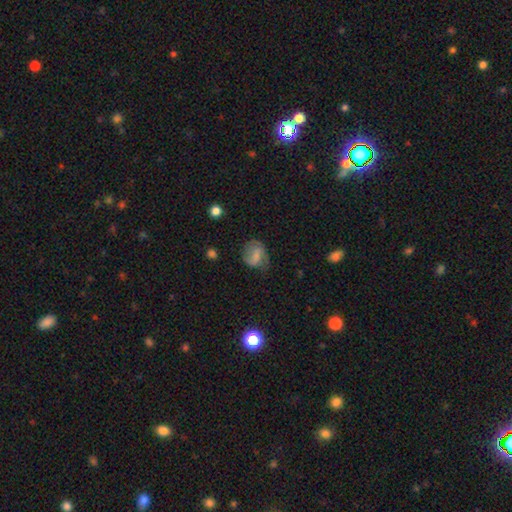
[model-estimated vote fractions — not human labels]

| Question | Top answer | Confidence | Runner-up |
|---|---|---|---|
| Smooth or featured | smooth | 52% | featured or disk (38%) |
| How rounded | in between | 52% | round (46%) |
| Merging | none | 55% | minor disturbance (28%) |